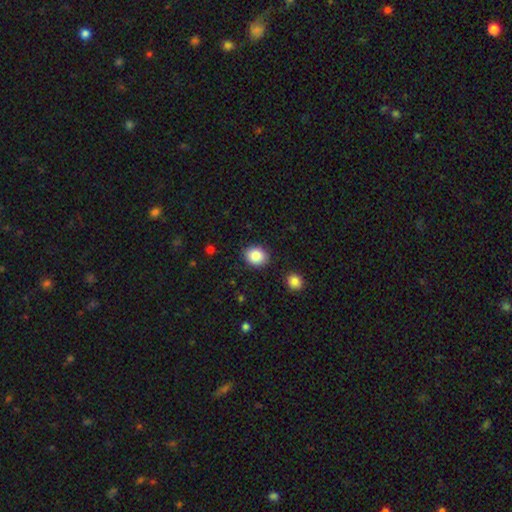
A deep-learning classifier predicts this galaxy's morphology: Smooth or featured? smooth (87%)
How rounded? round (64%)
Merging? none (87%)